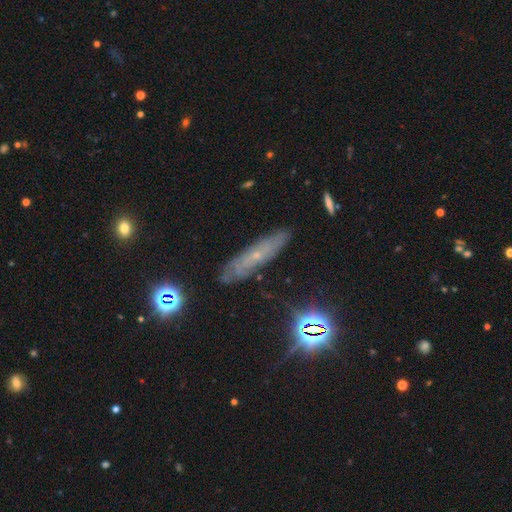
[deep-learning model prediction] Smooth or featured: featured or disk — 54% (smooth — 30%)
Edge-on disk: no — 51% (yes — 49%)
Merging: none — 80% (minor disturbance — 15%)